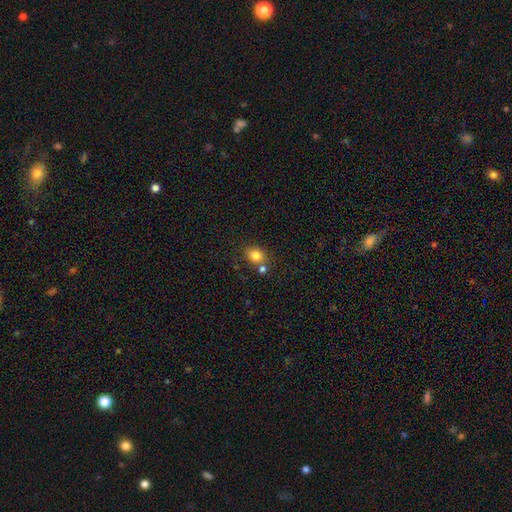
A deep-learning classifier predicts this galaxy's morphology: smooth-or-featured: smooth: 81% | star or artifact: 12% | featured or disk: 7%
  how-rounded: round: 68% | in between: 31% | cigar-shaped: 1%
  merging: none: 66% | merger: 20% | minor disturbance: 11% | major disturbance: 3%